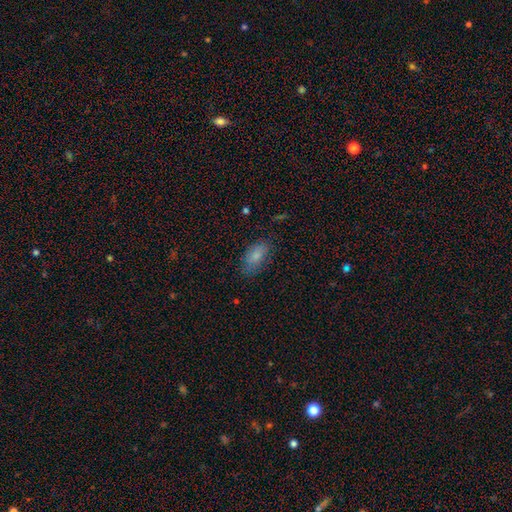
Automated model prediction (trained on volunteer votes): Morphology: type=smooth (81%); roundness=in between (89%); merging=none (76%).